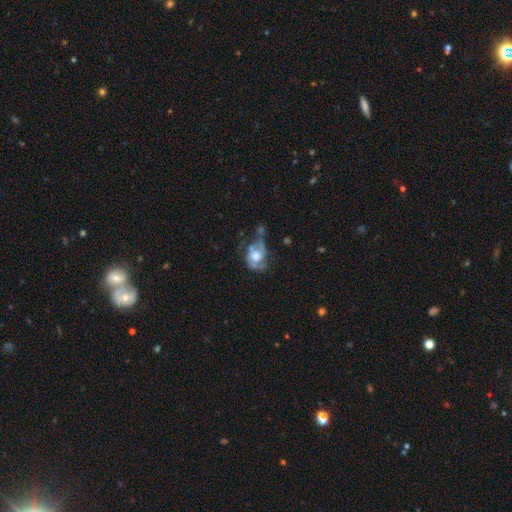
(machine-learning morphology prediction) Smooth or featured: featured or disk — 63% (smooth — 29%)
Edge-on disk: no — 96% (yes — 4%)
Bar: no — 77% (weak — 20%)
Spiral arms: yes — 73% (no — 27%)
Bulge size: large — 50% (moderate — 32%)
Merging: none — 35% (minor disturbance — 27%)